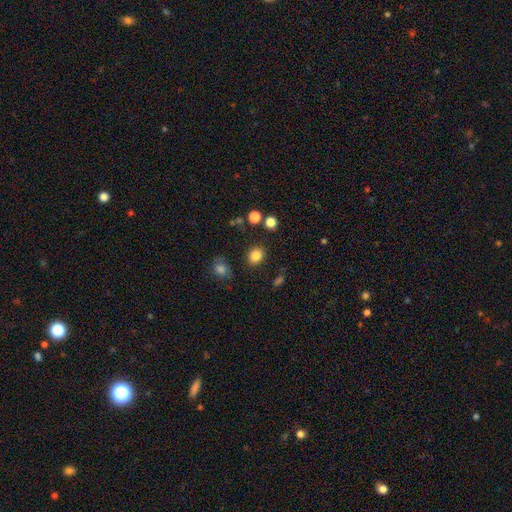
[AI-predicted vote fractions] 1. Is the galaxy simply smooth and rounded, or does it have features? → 84% smooth, 12% star or artifact, 5% featured or disk.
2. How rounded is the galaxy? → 57% round, 42% in between, 1% cigar-shaped.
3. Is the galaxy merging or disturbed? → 84% none, 9% minor disturbance, 3% major disturbance, 3% merger.